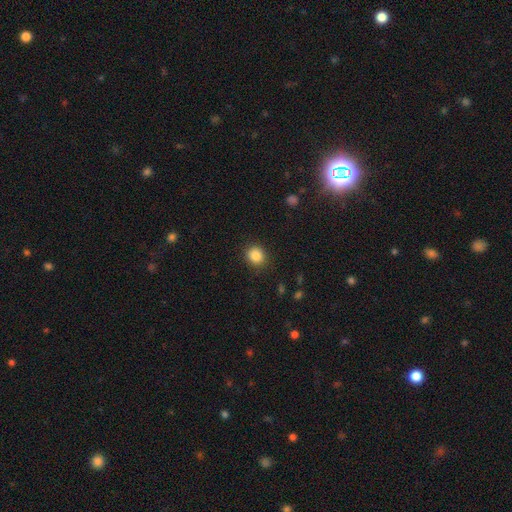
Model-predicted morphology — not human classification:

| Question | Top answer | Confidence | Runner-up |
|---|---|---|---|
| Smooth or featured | smooth | 86% | star or artifact (10%) |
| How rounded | round | 80% | in between (19%) |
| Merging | none | 88% | minor disturbance (8%) |